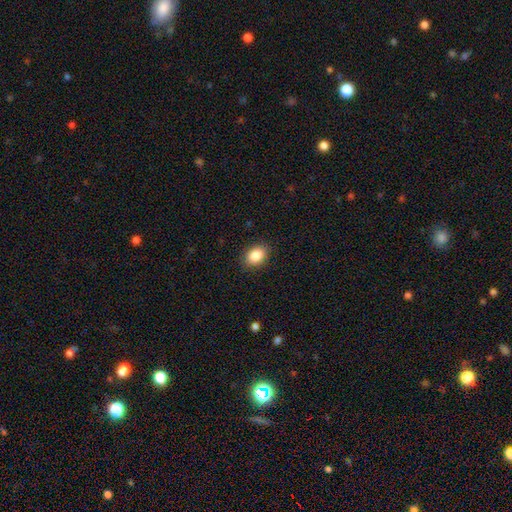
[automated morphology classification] Smooth or featured: smooth — 87% (star or artifact — 8%)
How rounded: in between — 78% (round — 21%)
Merging: none — 88% (minor disturbance — 9%)